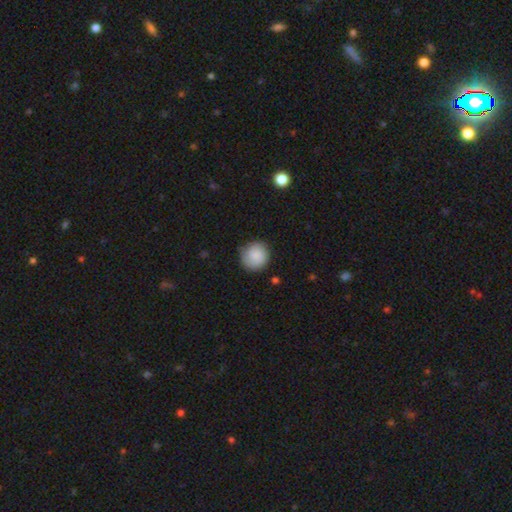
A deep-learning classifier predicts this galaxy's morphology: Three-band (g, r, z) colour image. It shows a smooth galaxy with no disk features (77%) that is round (92%). Merging: none (77%).